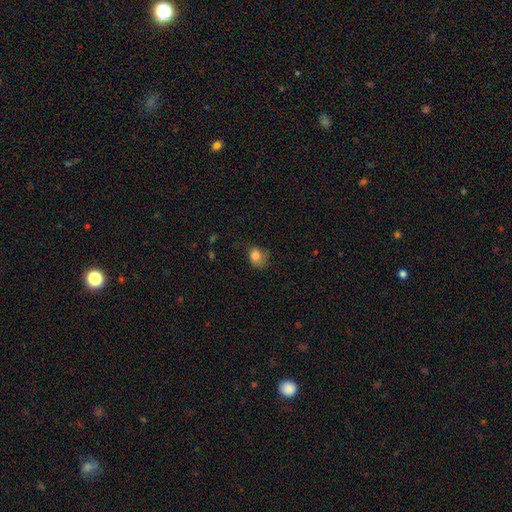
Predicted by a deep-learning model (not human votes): A smooth galaxy with no disk features (81%) that is round (56%).

Vote fractions:
- Smooth or featured? smooth: 81% / featured or disk: 10% / star or artifact: 10%
- How rounded? round: 56% / in between: 43% / cigar-shaped: 1%
- Merging? none: 50% / minor disturbance: 31% / major disturbance: 17% / merger: 2%